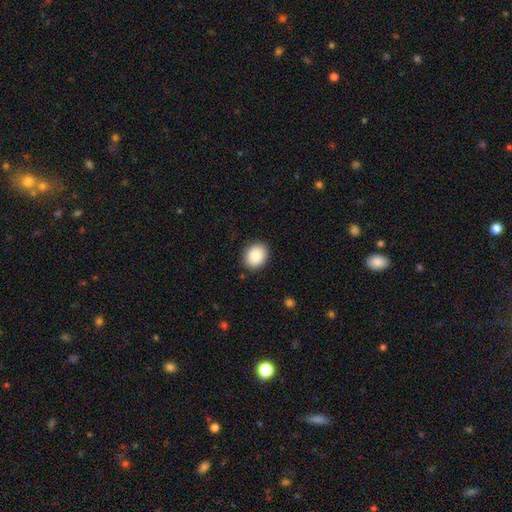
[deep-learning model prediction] smooth 88%, star or artifact 7%, featured or disk 4%. Down the decision tree: how rounded — in between (50%); merging — none (88%).